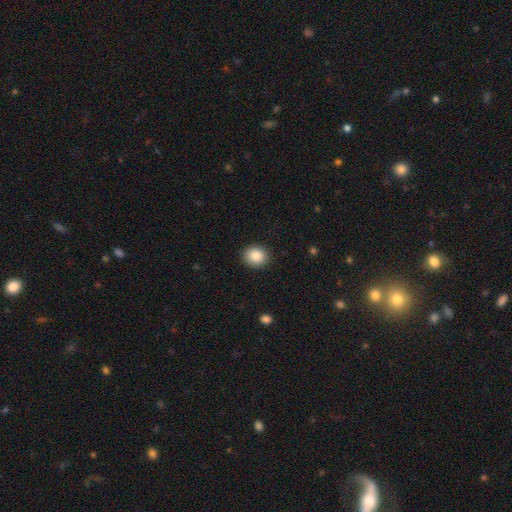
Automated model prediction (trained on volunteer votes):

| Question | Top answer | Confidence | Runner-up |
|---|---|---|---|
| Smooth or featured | smooth | 85% | star or artifact (9%) |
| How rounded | round | 75% | in between (24%) |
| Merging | none | 90% | minor disturbance (7%) |